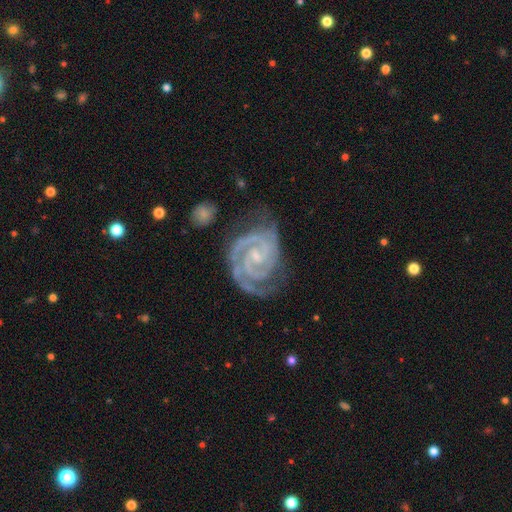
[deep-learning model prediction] The model was most divided on "bar": no: 47%, weak: 37%, strong: 15%. More confident: spiral arms — yes (99%); edge-on disk — no (98%); smooth or featured — featured or disk (93%); spiral winding — tight (78%); spiral arm count — 2 (71%); bulge size — small (71%); merging — none (68%).